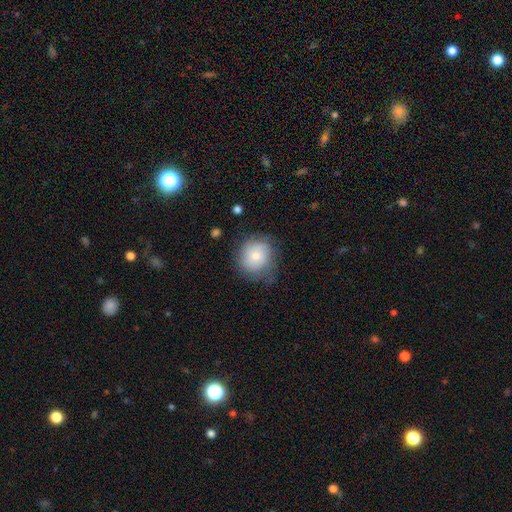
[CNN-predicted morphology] Q: Smooth or featured?
A: smooth (68%); runner-up: featured or disk (24%)
Q: How rounded?
A: round (85%); runner-up: in between (14%)
Q: Merging?
A: none (64%); runner-up: minor disturbance (25%)